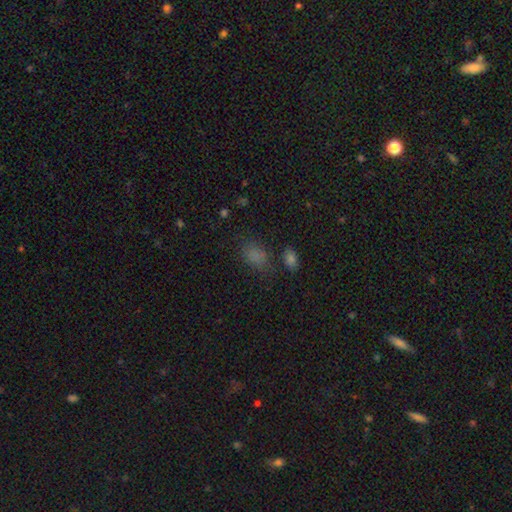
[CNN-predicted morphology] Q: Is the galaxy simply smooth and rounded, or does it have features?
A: smooth — 75%.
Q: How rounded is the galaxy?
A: in between — 78%.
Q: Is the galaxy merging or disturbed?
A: none — 62%.